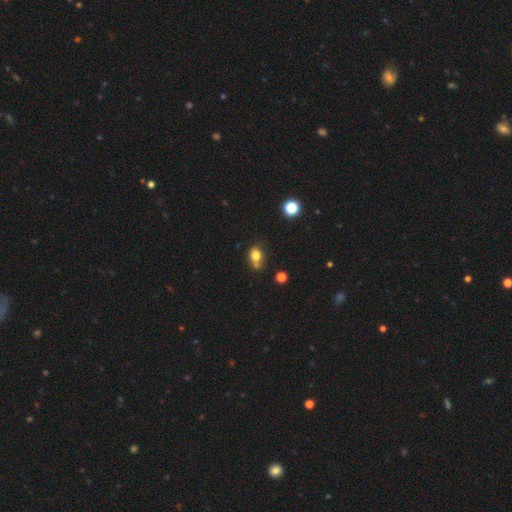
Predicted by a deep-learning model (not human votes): The model was most divided on "merging": none: 48%, minor disturbance: 25%, merger: 20%, major disturbance: 8%. More confident: smooth or featured — smooth (77%); how rounded — in between (63%).